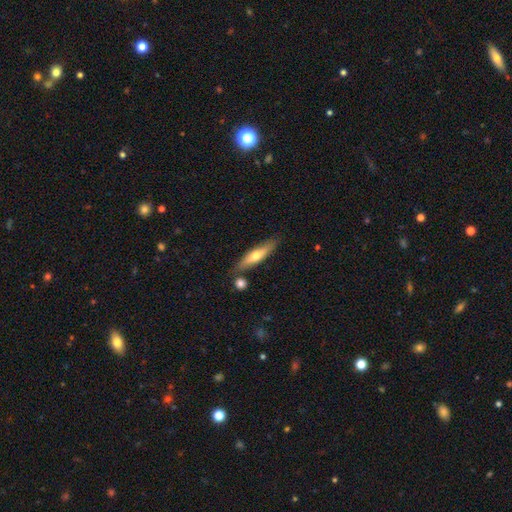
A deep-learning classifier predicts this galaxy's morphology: This is possibly a smooth galaxy (51%). How rounded: likely cigar-shaped (75%). Merging: likely none (77%).